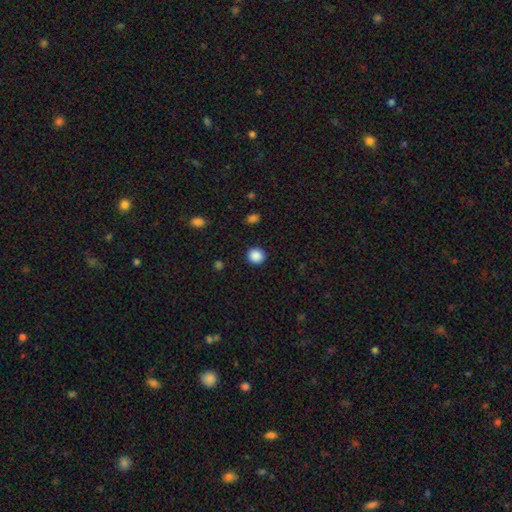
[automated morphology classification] Overall: smooth (88%). How rounded: round (87%). Merging: none (91%).